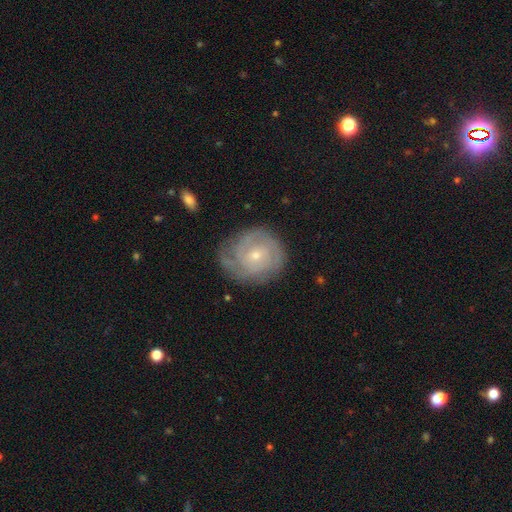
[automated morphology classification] A featured or disk galaxy (74%) with no bar (73%), tight (70%) spiral arms (90%) and a small central bulge (68%).

Vote fractions:
- Smooth or featured? featured or disk: 74% / smooth: 19% / star or artifact: 7%
- Edge-on disk? no: 97% / yes: 3%
- Bar? no: 73% / weak: 24% / strong: 4%
- Spiral arms? yes: 90% / no: 10%
- Spiral winding? tight: 70% / medium: 24% / loose: 6%
- Spiral arm count? can't tell: 39% / 2: 22% / 3: 20% / 4: 9% / 1: 6% / more than 4: 5%
- Bulge size? small: 68% / moderate: 29% / none: 1% / large: 1% / dominant: 1%
- Merging? none: 72% / minor disturbance: 19% / major disturbance: 7% / merger: 1%